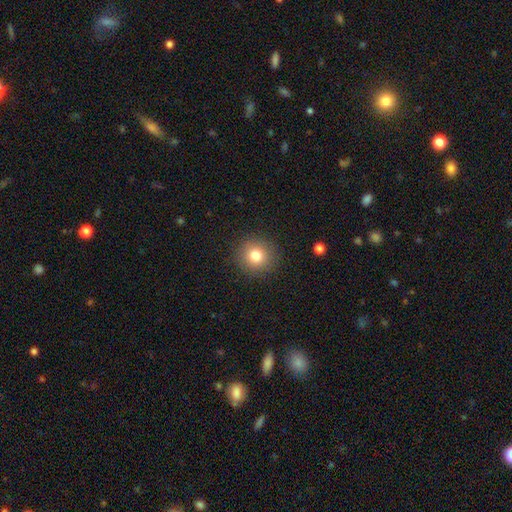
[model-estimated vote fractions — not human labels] Smooth or featured?
  - smooth: 80% *
  - star or artifact: 11%
  - featured or disk: 9%
How rounded?
  - round: 92% *
  - in between: 7%
  - cigar-shaped: 1%
Merging?
  - none: 90% *
  - minor disturbance: 7%
  - major disturbance: 3%
  - merger: 1%